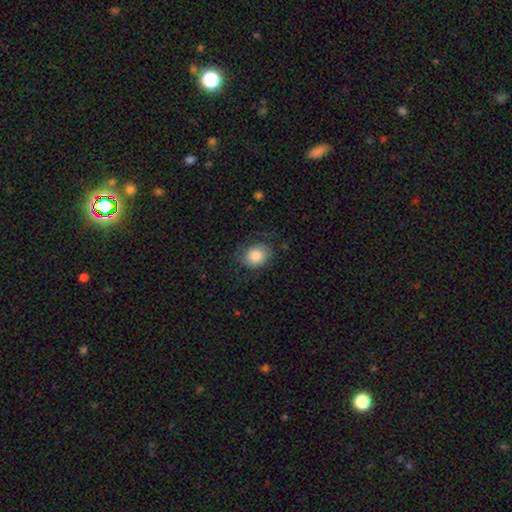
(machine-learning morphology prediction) This appears to be a smooth galaxy with no disk features (66%) that is round (59%). Merging: none (65%).